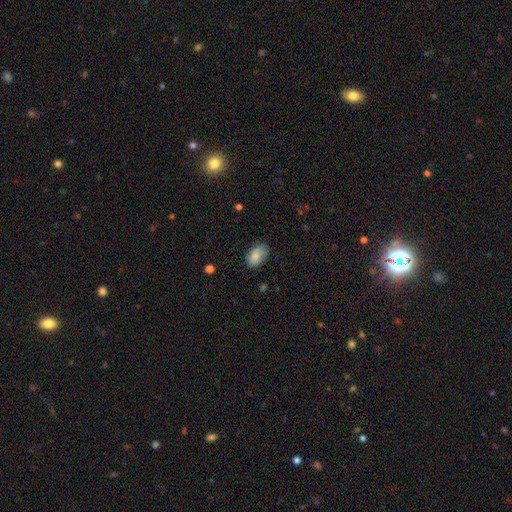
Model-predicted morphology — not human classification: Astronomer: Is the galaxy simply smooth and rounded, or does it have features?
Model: smooth — 85%.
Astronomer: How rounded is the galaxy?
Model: in between — 90%.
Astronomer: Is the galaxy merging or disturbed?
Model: none — 75%.